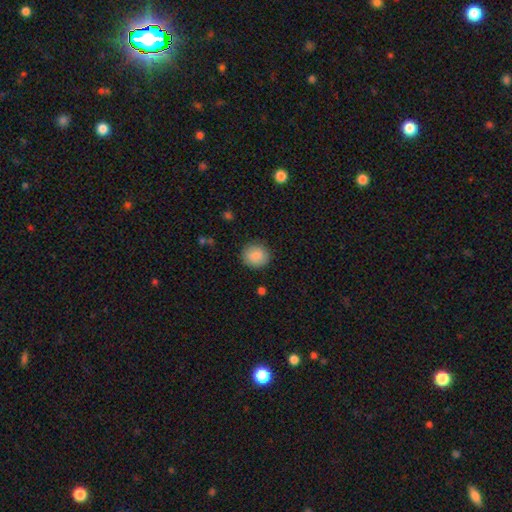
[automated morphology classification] smooth 88%, star or artifact 8%, featured or disk 5%. Down the decision tree: how rounded — round (86%); merging — none (89%).